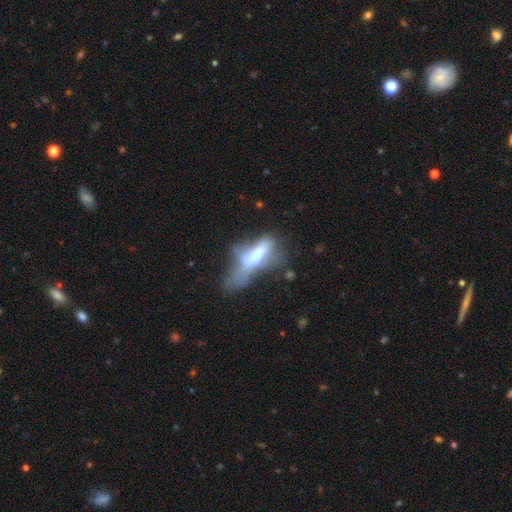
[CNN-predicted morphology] smooth_or_featured: smooth (p=0.51) [alt: featured or disk p=0.39]
how_rounded: in between (p=0.62) [alt: cigar-shaped p=0.34]
merging: major disturbance (p=0.47) [alt: merger p=0.22]